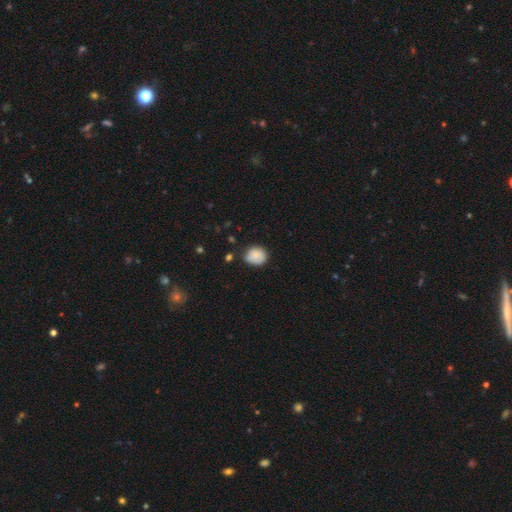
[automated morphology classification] The model was most divided on "how rounded": round: 66%, in between: 33%, cigar-shaped: 1%. More confident: smooth or featured — smooth (84%); merging — none (68%).